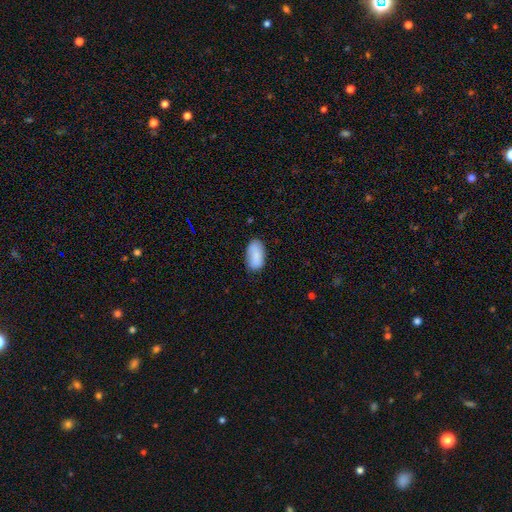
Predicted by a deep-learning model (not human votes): A smooth galaxy with no disk features (85%) that is in between round and cigar-shaped (94%).

Vote fractions:
- Smooth or featured? smooth: 85% / featured or disk: 8% / star or artifact: 6%
- How rounded? in between: 94% / round: 3% / cigar-shaped: 2%
- Merging? none: 76% / minor disturbance: 19% / major disturbance: 4% / merger: 2%